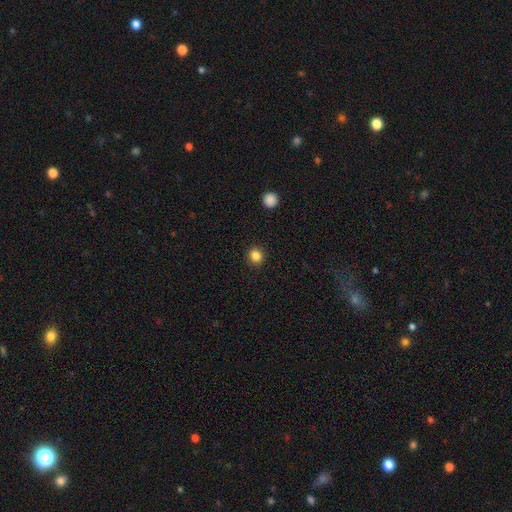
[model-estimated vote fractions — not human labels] This appears to be a smooth galaxy with no disk features (85%) that is round (90%). Merging: none (92%).